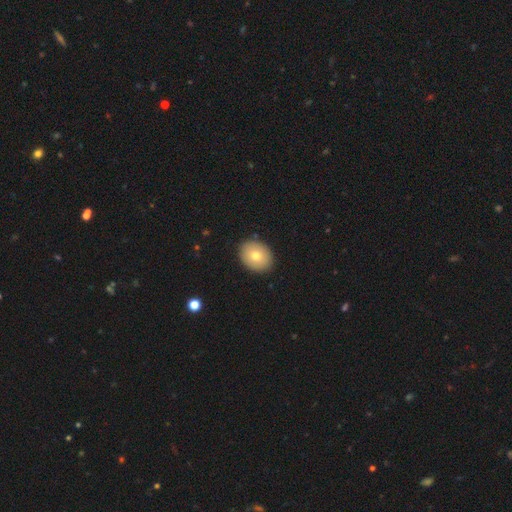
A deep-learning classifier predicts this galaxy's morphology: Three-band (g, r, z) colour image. It shows a smooth galaxy with no disk features (76%) that is in between round and cigar-shaped (55%). Merging: none (90%).